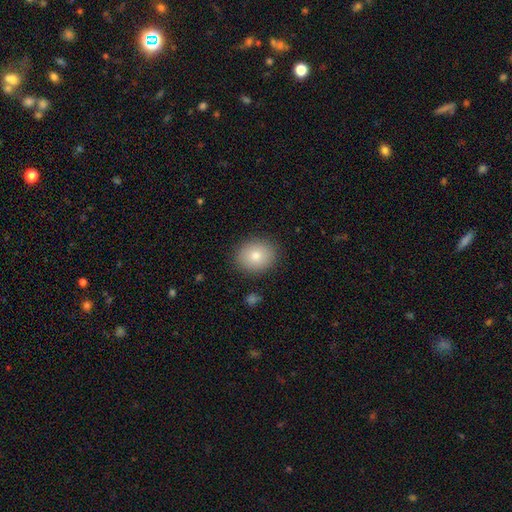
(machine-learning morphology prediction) Smooth or featured? smooth (81%)
How rounded? round (61%)
Merging? none (88%)